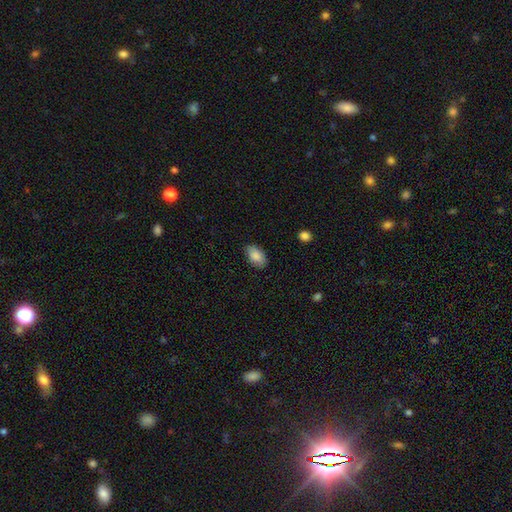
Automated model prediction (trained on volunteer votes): A smooth galaxy with no disk features (86%) that is in between round and cigar-shaped (93%). Merging: none (85%).